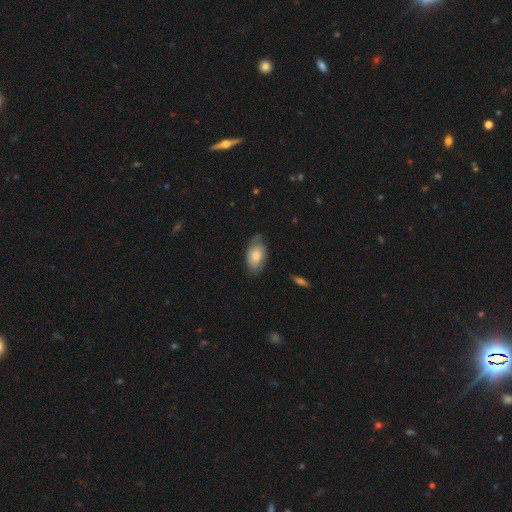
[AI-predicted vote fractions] A smooth galaxy with no disk features (64%) that is in between round and cigar-shaped (92%).

Vote fractions:
- Smooth or featured? smooth: 64% / featured or disk: 30% / star or artifact: 6%
- How rounded? in between: 92% / round: 6% / cigar-shaped: 2%
- Merging? none: 62% / minor disturbance: 29% / major disturbance: 8% / merger: 1%